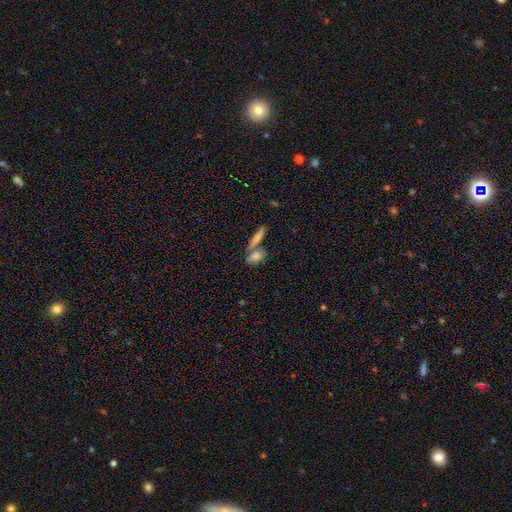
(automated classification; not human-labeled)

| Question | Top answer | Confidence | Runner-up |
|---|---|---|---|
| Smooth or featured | smooth | 58% | featured or disk (24%) |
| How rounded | in between | 51% | cigar-shaped (32%) |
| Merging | none | 50% | merger (35%) |